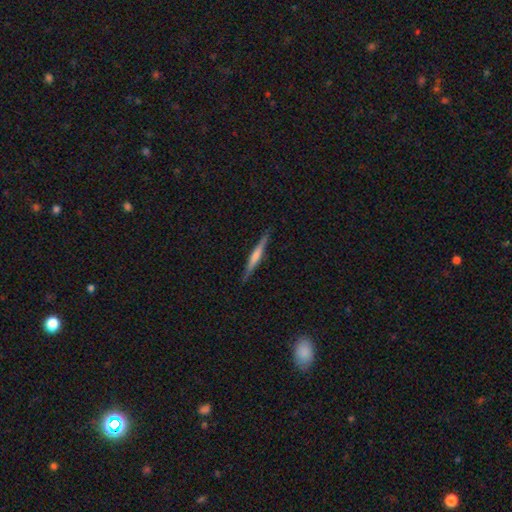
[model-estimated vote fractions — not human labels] The model was most divided on "edge-on bulge": rounded: 49%, none: 31%, boxy: 21%. More confident: edge-on disk — yes (98%); merging — none (90%); smooth or featured — featured or disk (61%).